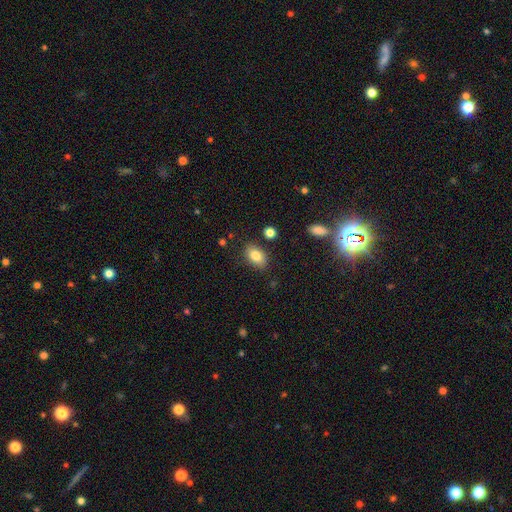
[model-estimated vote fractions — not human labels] Overall: smooth (83%). How rounded: in between (88%). Merging: none (83%).